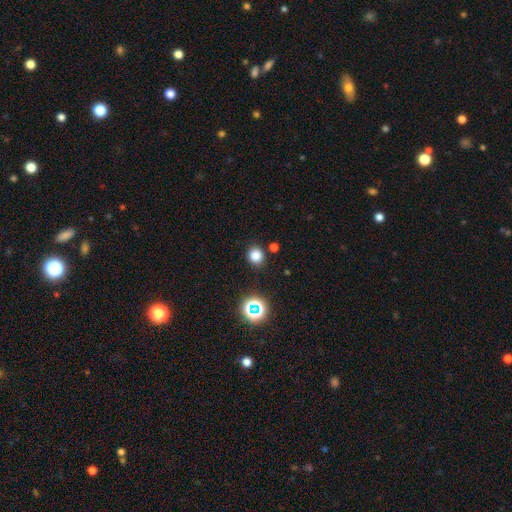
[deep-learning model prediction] The model was most divided on "smooth or featured": smooth: 78%, star or artifact: 17%, featured or disk: 5%. More confident: merging — none (86%); how rounded — round (83%).